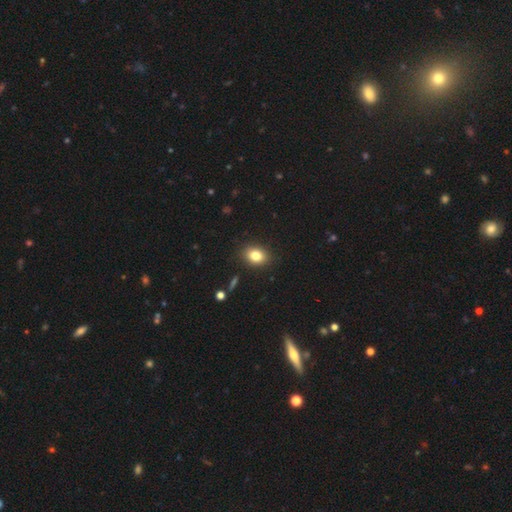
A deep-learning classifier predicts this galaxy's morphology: smooth-or-featured: smooth: 82% | star or artifact: 10% | featured or disk: 8%
  how-rounded: in between: 68% | round: 31% | cigar-shaped: 1%
  merging: none: 88% | minor disturbance: 8% | major disturbance: 2% | merger: 1%